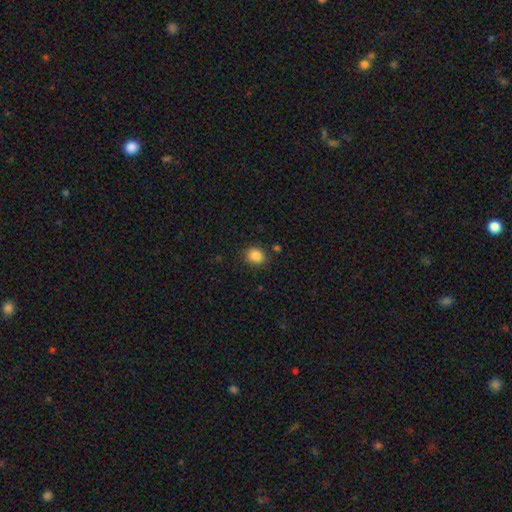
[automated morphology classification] smooth-or-featured: smooth: 86% | star or artifact: 10% | featured or disk: 4%
  how-rounded: round: 64% | in between: 35% | cigar-shaped: 1%
  merging: none: 84% | minor disturbance: 11% | major disturbance: 3% | merger: 3%